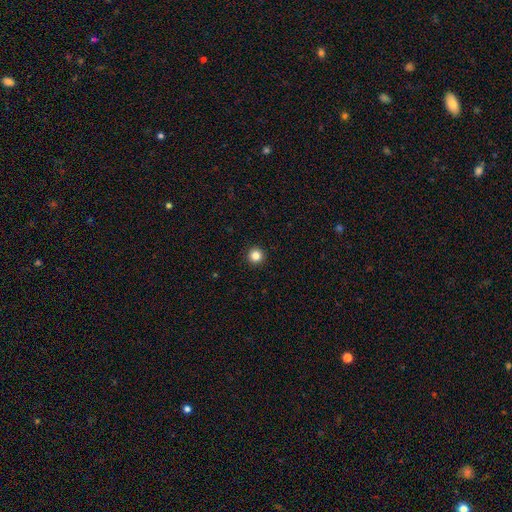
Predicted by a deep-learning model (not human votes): A smooth galaxy with no disk features (84%) that is round (96%). Merging: none (94%).